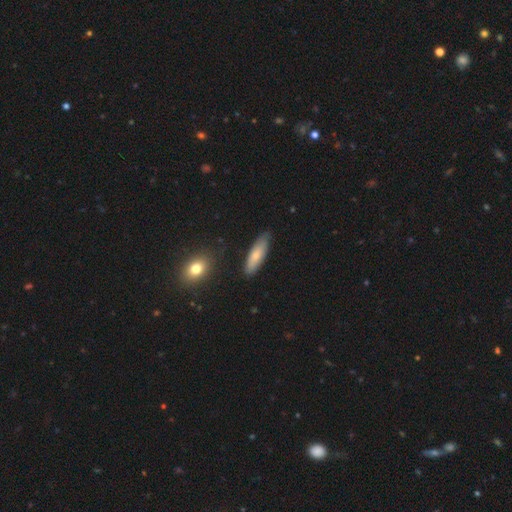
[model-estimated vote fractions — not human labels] A smooth galaxy with no disk features (74%) that is cigar-shaped (57%).

Vote fractions:
- Smooth or featured? smooth: 74% / featured or disk: 21% / star or artifact: 6%
- How rounded? cigar-shaped: 57% / in between: 42% / round: 2%
- Merging? none: 81% / minor disturbance: 14% / major disturbance: 2% / merger: 2%